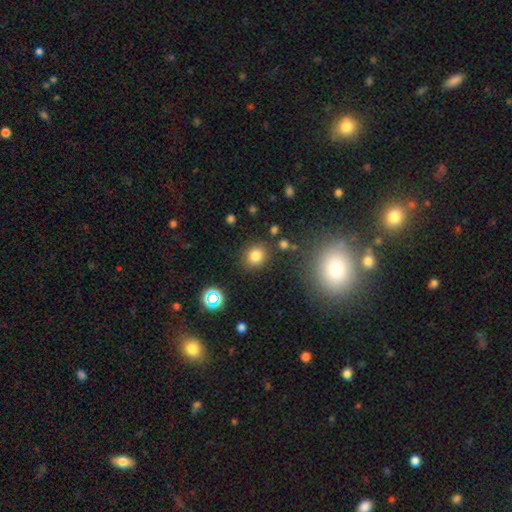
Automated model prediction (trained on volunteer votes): Q: Smooth or featured?
A: smooth (79%); runner-up: star or artifact (15%)
Q: How rounded?
A: round (75%); runner-up: in between (24%)
Q: Merging?
A: none (84%); runner-up: minor disturbance (9%)